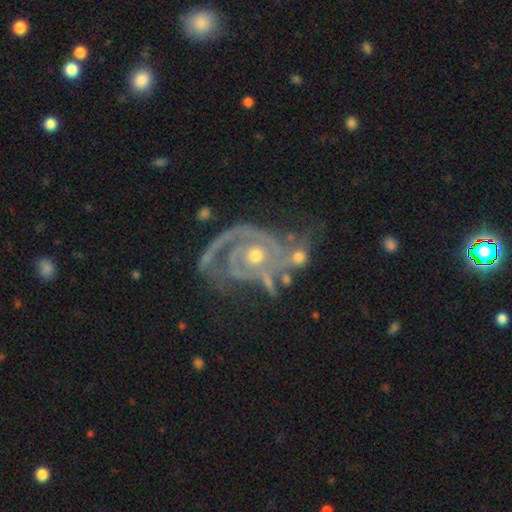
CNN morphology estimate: smooth-or-featured: featured or disk: 91% | star or artifact: 5% | smooth: 4%
  disk-edge-on: no: 97% | yes: 3%
    bar: no: 78% | weak: 15% | strong: 6%
    has-spiral-arms: yes: 97% | no: 3%
      spiral-winding: tight: 68% | medium: 26% | loose: 6%
      spiral-arm-count: 2: 54% | 3: 17% | can't tell: 12% | 1: 8% | 4: 5% | more than 4: 5%
    bulge-size: moderate: 57% | small: 39% | large: 2% | none: 1% | dominant: 1%
  merging: none: 46% | minor disturbance: 23% | major disturbance: 19% | merger: 13%